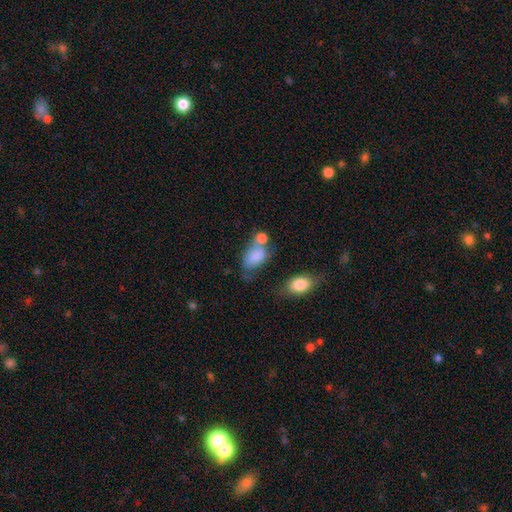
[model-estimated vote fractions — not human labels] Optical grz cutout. It shows a smooth galaxy with no disk features (80%) that is in between round and cigar-shaped (89%). Merging: none (31%, tied with merger).